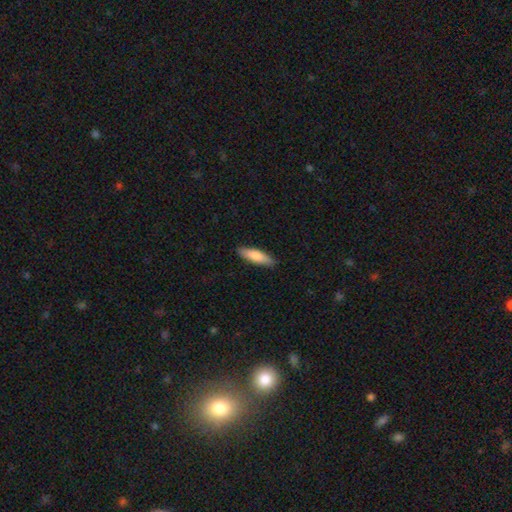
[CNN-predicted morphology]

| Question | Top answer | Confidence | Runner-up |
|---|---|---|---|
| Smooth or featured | smooth | 78% | featured or disk (17%) |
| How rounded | cigar-shaped | 58% | in between (41%) |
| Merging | none | 89% | minor disturbance (9%) |